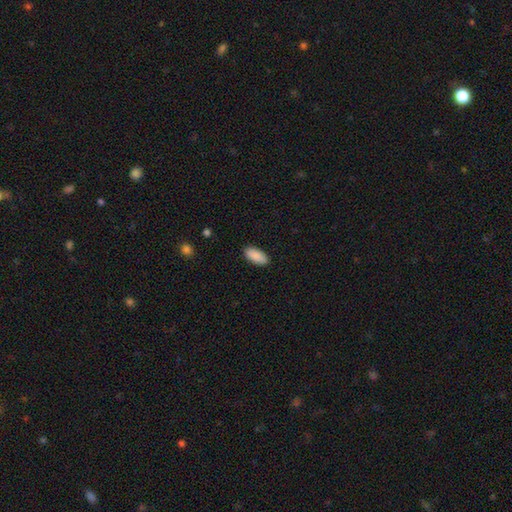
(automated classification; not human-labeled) smooth 91%, star or artifact 6%, featured or disk 3%. Down the decision tree: how rounded — in between (88%); merging — none (90%).